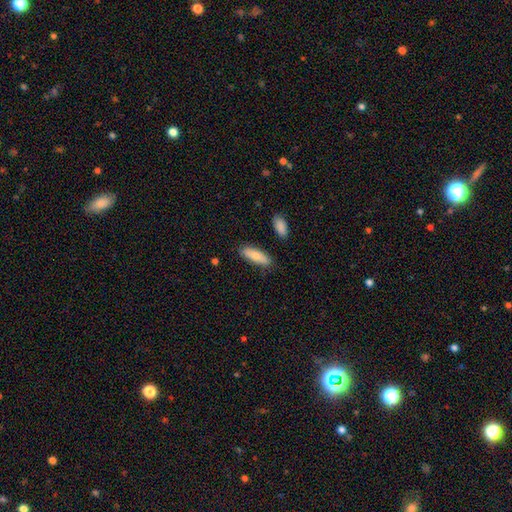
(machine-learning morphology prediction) Overall: smooth (77%). How rounded: in between (58%; cigar-shaped 40%). Merging: none (82%).